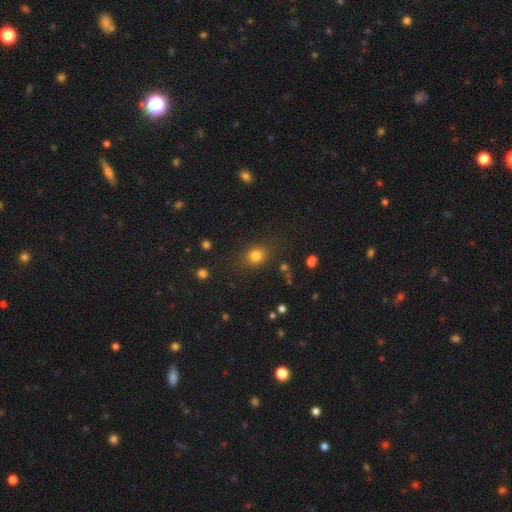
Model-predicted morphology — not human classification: This is likely a smooth galaxy (80%). How rounded: likely round (62%). Merging: likely none (80%).